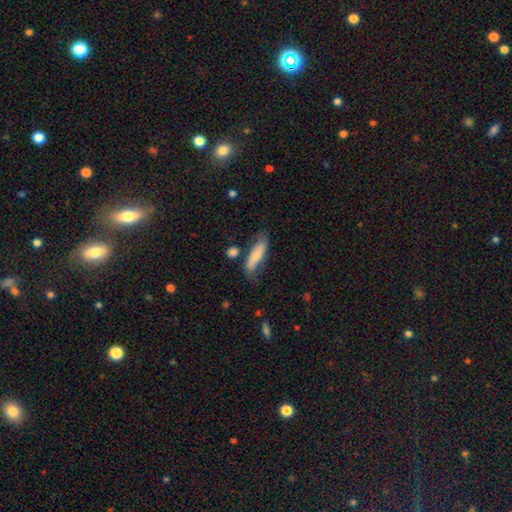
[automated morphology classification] smooth-or-featured: smooth: 63% | featured or disk: 31% | star or artifact: 6%
  how-rounded: cigar-shaped: 53% | in between: 45% | round: 2%
  merging: none: 59% | minor disturbance: 26% | major disturbance: 9% | merger: 7%